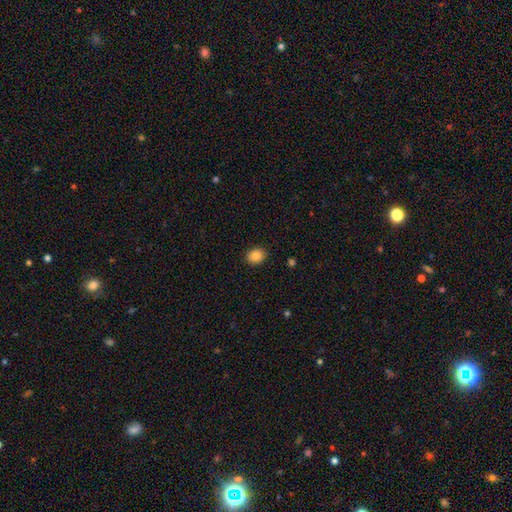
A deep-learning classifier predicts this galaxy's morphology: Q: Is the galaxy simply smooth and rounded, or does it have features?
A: smooth — 85%.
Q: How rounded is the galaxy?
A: round — 52%.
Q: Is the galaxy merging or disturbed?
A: none — 90%.